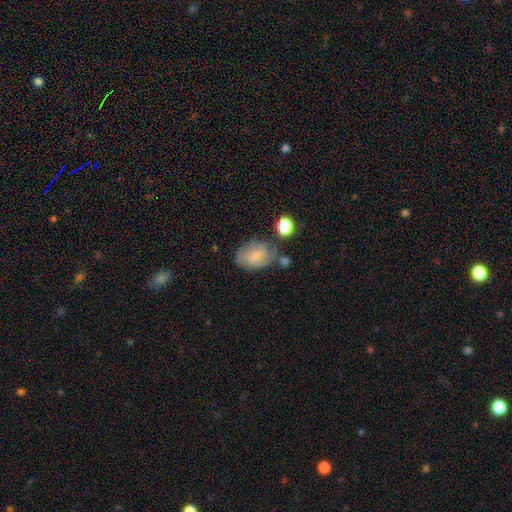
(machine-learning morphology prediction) Smooth or featured? Predicted: smooth (p=0.50). Merging? Predicted: none (p=0.52).